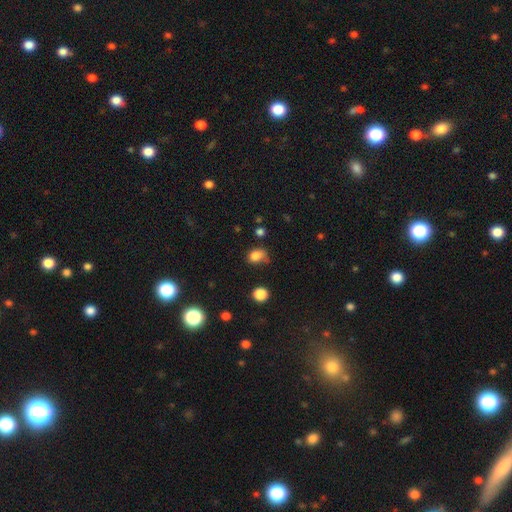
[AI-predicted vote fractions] Smooth or featured? smooth (81%)
How rounded? in between (57%)
Merging? none (52%)